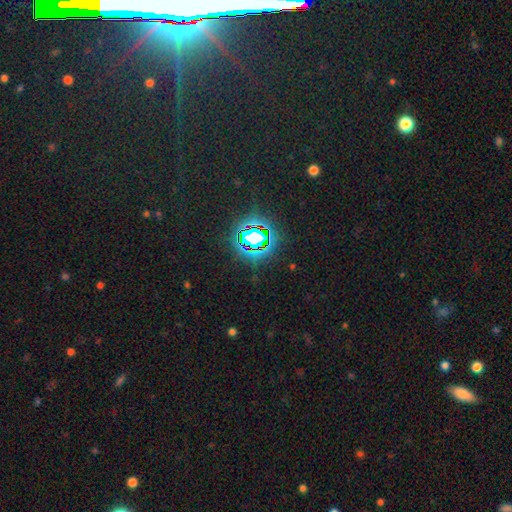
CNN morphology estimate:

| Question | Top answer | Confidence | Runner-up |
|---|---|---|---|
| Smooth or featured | star or artifact | 78% | smooth (13%) |